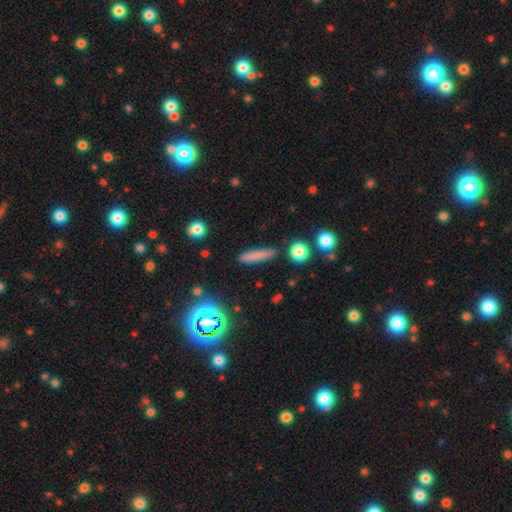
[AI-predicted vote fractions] This appears to be a smooth galaxy with no disk features (76%) that is cigar-shaped (87%). Merging: none (85%).